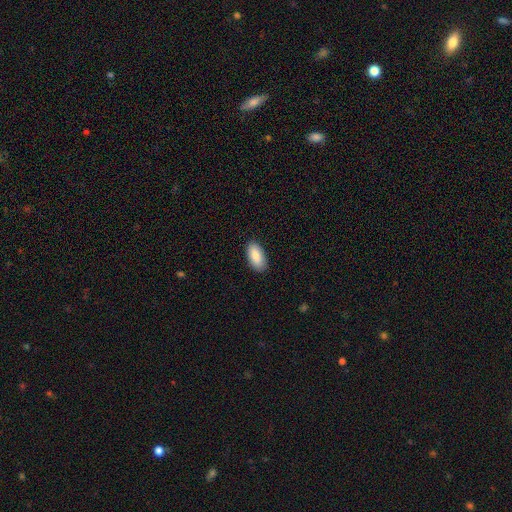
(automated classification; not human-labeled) Morphology: type=smooth (88%); roundness=in between (92%); merging=none (88%).